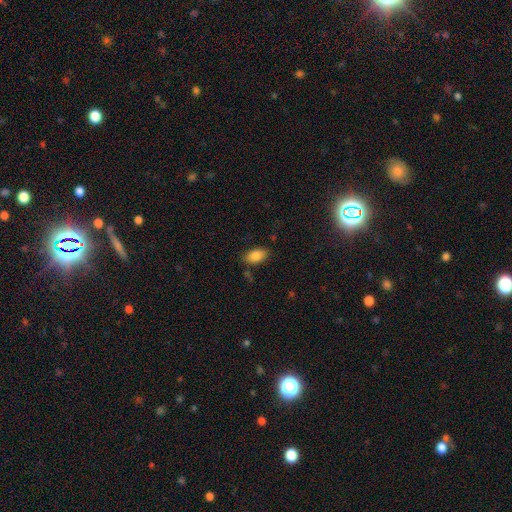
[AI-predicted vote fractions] Smooth or featured: smooth — 85% (star or artifact — 8%)
How rounded: in between — 92% (round — 6%)
Merging: none — 80% (minor disturbance — 14%)